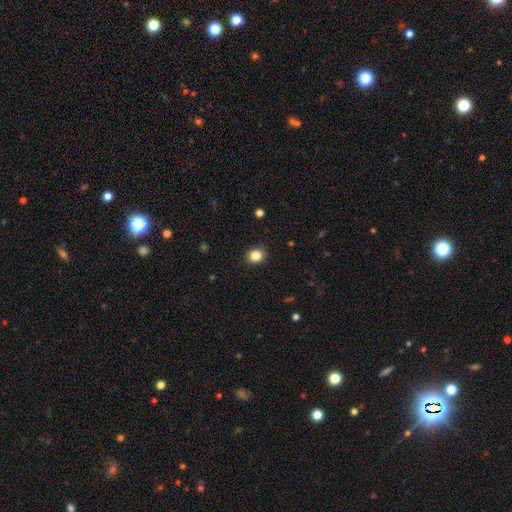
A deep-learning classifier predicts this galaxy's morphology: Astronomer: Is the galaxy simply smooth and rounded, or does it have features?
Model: smooth — 85%.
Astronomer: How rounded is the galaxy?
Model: round — 74%.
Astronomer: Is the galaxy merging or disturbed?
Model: none — 86%.